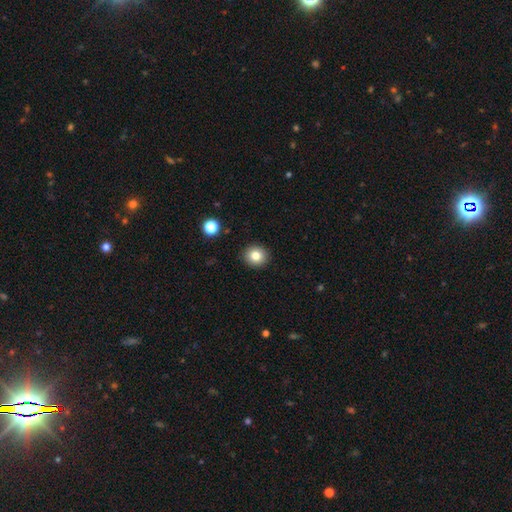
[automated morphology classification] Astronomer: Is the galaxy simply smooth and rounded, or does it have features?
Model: smooth — 81%.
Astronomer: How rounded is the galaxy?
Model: round — 88%.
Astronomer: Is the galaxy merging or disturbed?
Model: none — 92%.